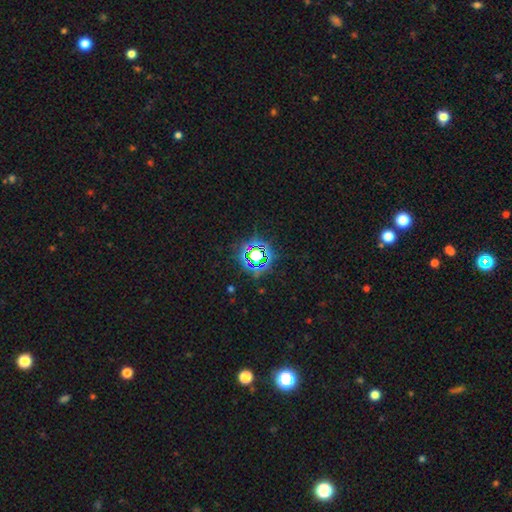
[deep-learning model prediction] Q: Smooth or featured?
A: star or artifact (74%); runner-up: smooth (16%)